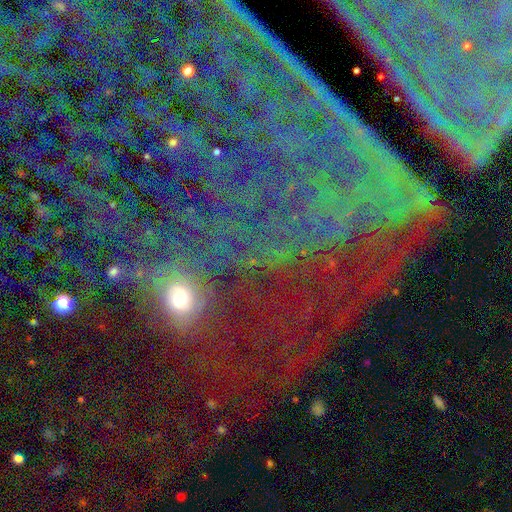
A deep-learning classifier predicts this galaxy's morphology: This appears to be a star or artifact, not a galaxy (54%).